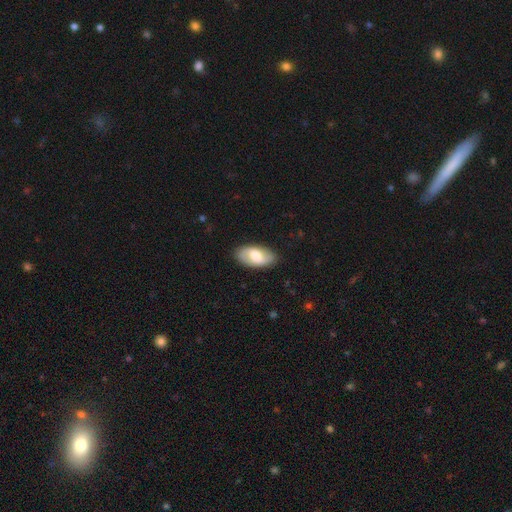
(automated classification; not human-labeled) This appears to be a smooth galaxy with no disk features (58%) that is in between round and cigar-shaped (94%). Merging: none (86%).